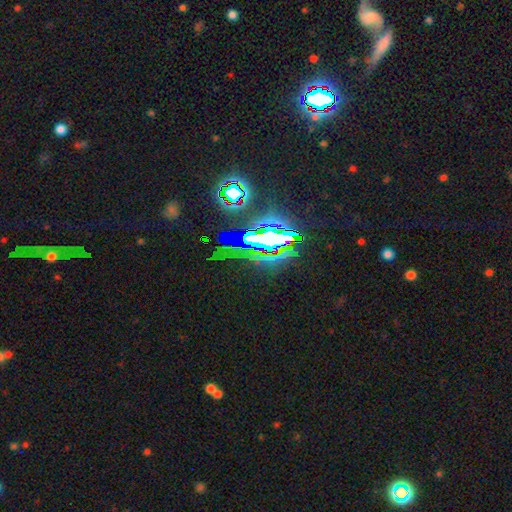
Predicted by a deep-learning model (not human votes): A star or artifact, not a galaxy (81%).

Vote fractions:
- Smooth or featured? star or artifact: 81% / smooth: 10% / featured or disk: 9%